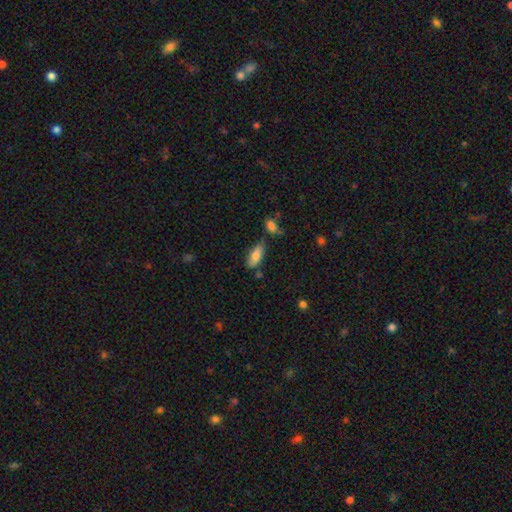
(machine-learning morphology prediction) This appears to be a smooth galaxy with no disk features (78%) that is in between round and cigar-shaped (81%). Merging: none (66%).